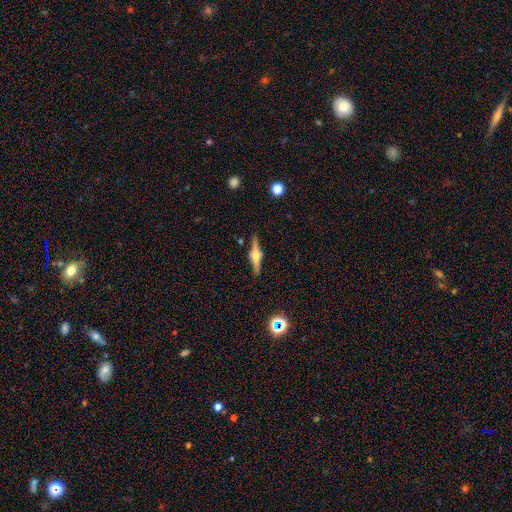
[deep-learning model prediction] A featured or disk galaxy (67%) viewed edge-on (96%) with a rounded central bulge (79%).

Vote fractions:
- Smooth or featured? featured or disk: 67% / smooth: 24% / star or artifact: 9%
- Edge-on disk? yes: 96% / no: 4%
- Edge-on bulge? rounded: 79% / boxy: 16% / none: 5%
- Merging? none: 86% / minor disturbance: 10% / major disturbance: 2% / merger: 2%